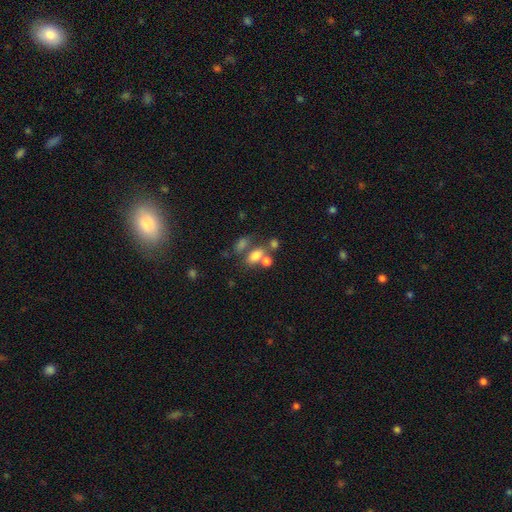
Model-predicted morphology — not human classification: Smooth or featured? Predicted: smooth (p=0.73). How rounded? Predicted: in between (p=0.80). Merging? Predicted: none (p=0.42).